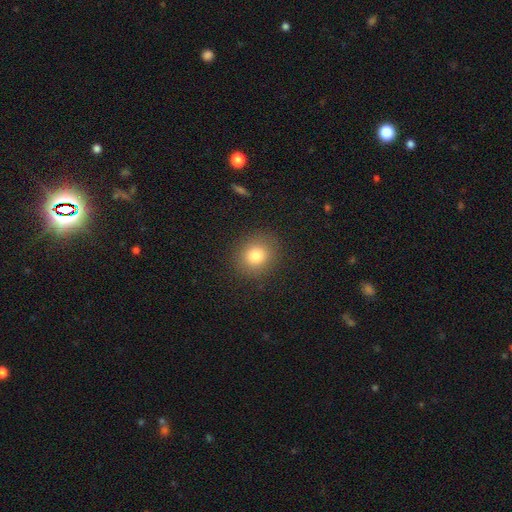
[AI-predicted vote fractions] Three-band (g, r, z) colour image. It shows a smooth galaxy with no disk features (80%) that is round (77%). Merging: none (88%).